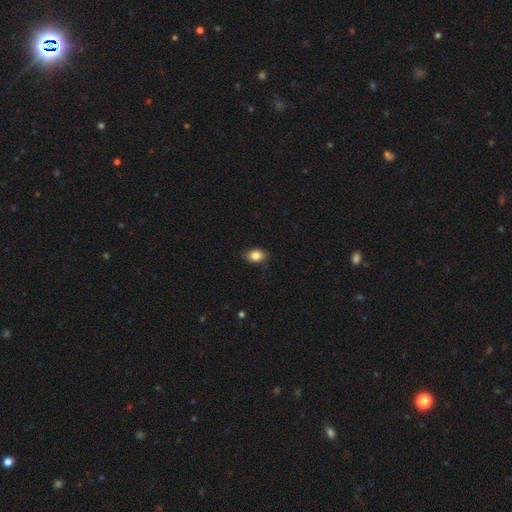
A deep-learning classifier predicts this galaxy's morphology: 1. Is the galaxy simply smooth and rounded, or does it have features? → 85% smooth, 9% star or artifact, 6% featured or disk.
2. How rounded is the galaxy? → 73% in between, 26% round, 1% cigar-shaped.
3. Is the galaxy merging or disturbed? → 84% none, 12% minor disturbance, 2% major disturbance, 1% merger.